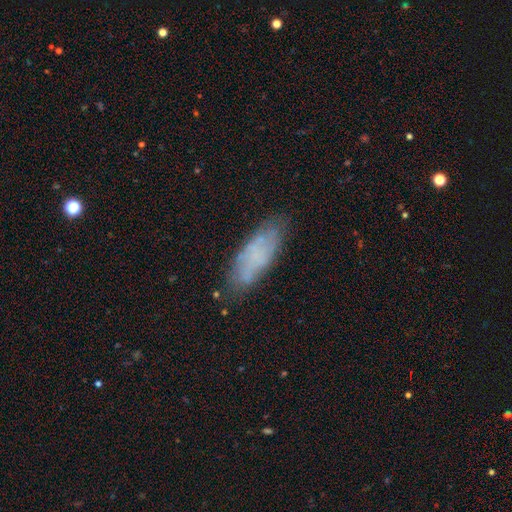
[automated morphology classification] Overall: smooth (56%; featured or disk 35%). How rounded: in between (64%; cigar-shaped 34%). Merging: none (73%).